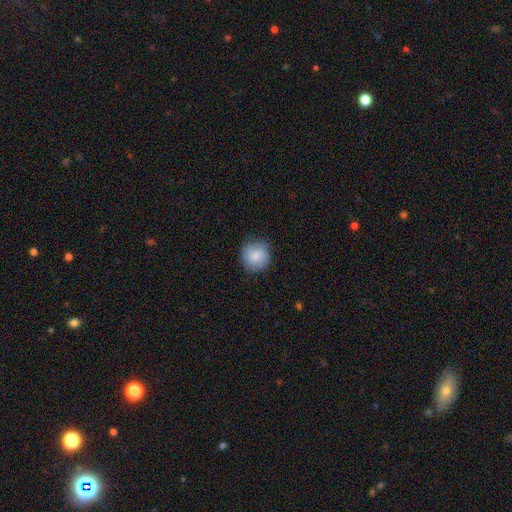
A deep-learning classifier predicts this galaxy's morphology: The model was most divided on "merging": none: 79%, minor disturbance: 16%, major disturbance: 4%, merger: 1%. More confident: how rounded — round (90%); smooth or featured — smooth (81%).